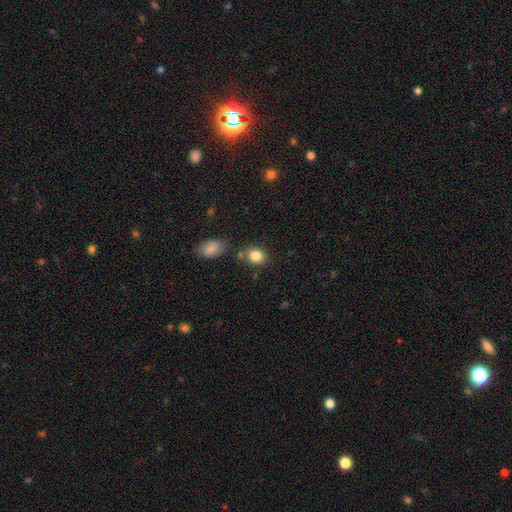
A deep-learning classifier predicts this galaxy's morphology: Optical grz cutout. It shows a smooth galaxy with no disk features (84%) that is round (57%). Merging: none (71%).